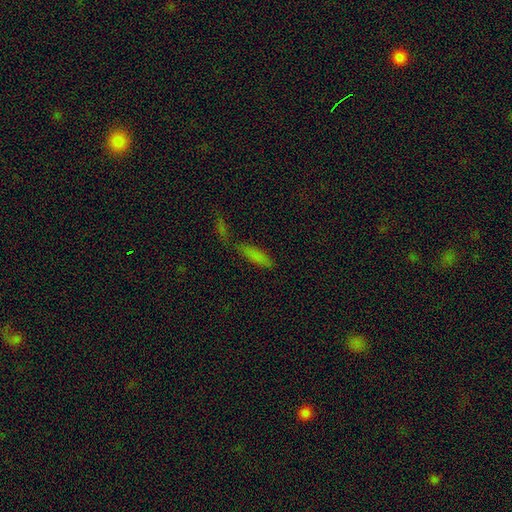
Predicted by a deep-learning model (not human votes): Smooth or featured?
  - smooth: 74% *
  - star or artifact: 15%
  - featured or disk: 11%
How rounded?
  - cigar-shaped: 65% *
  - in between: 32%
  - round: 3%
Merging?
  - none: 60% *
  - minor disturbance: 17%
  - merger: 16%
  - major disturbance: 7%